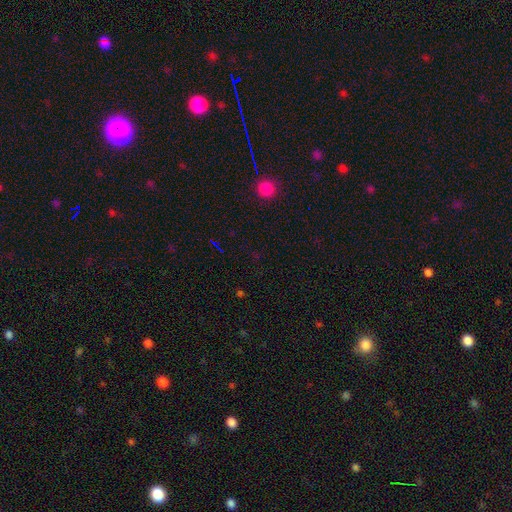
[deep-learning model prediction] A star or artifact, not a galaxy (65%).